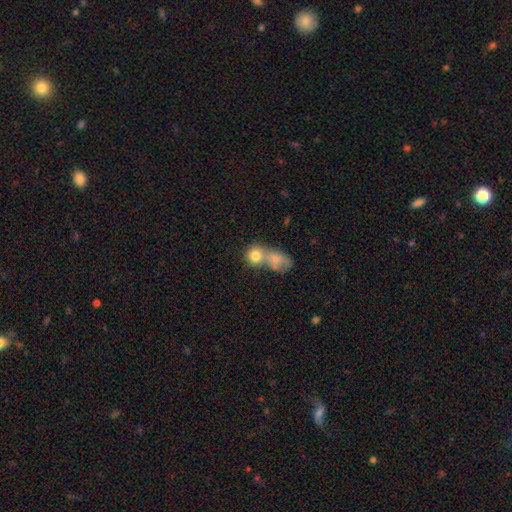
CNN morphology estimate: type=smooth (79%); roundness=round (73%); merging=merger (59%).